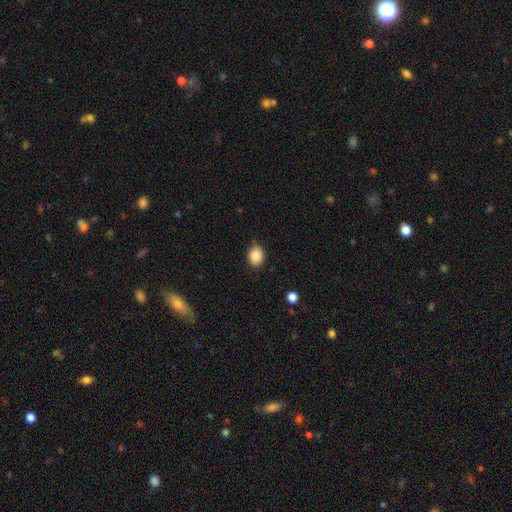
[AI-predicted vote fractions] The model was most divided on "how rounded": round: 51%, in between: 48%, cigar-shaped: 1%. More confident: smooth or featured — smooth (87%); merging — none (81%).